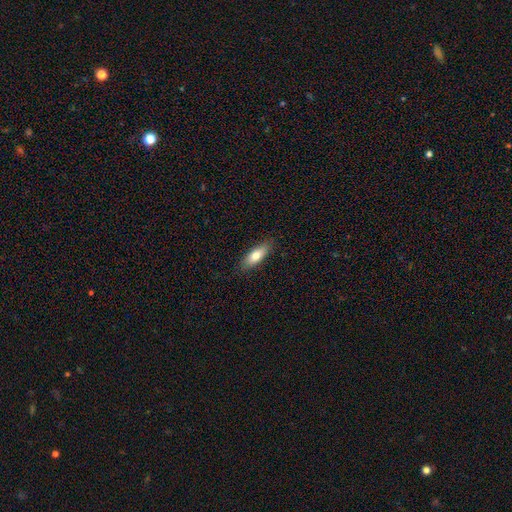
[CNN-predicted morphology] Smooth or featured?
  - smooth: 74% *
  - featured or disk: 19%
  - star or artifact: 7%
How rounded?
  - in between: 63% *
  - cigar-shaped: 35%
  - round: 2%
Merging?
  - none: 85% *
  - minor disturbance: 11%
  - major disturbance: 2%
  - merger: 1%